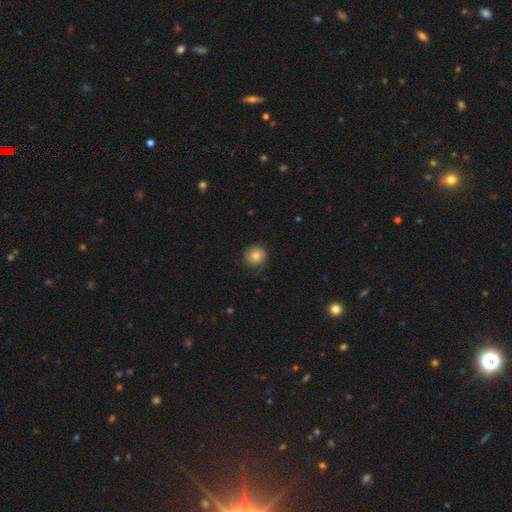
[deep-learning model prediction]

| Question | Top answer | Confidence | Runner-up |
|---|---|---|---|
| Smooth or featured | smooth | 68% | featured or disk (22%) |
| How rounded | round | 90% | in between (9%) |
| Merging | none | 77% | minor disturbance (16%) |